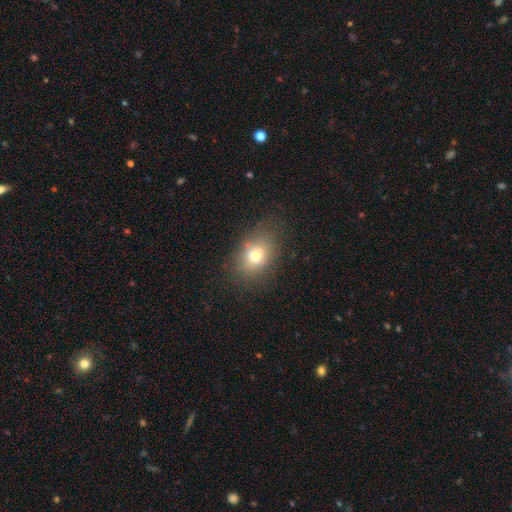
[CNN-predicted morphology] The model was most divided on "how rounded": in between: 67%, round: 31%, cigar-shaped: 2%. More confident: merging — none (76%); smooth or featured — smooth (73%).